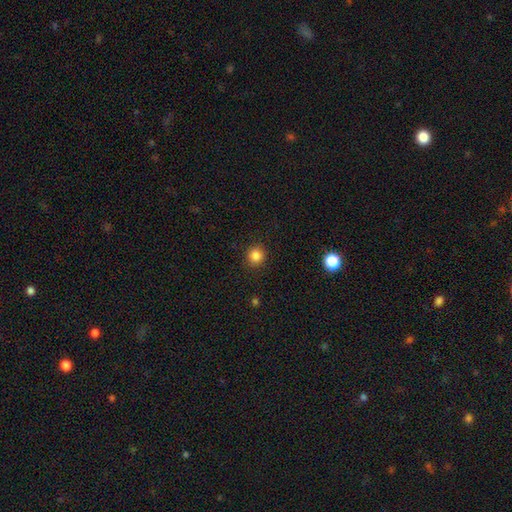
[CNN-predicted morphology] A smooth galaxy with no disk features (84%) that is round (92%).

Vote fractions:
- Smooth or featured? smooth: 84% / star or artifact: 12% / featured or disk: 4%
- How rounded? round: 92% / in between: 7% / cigar-shaped: 1%
- Merging? none: 91% / minor disturbance: 6% / major disturbance: 2% / merger: 1%